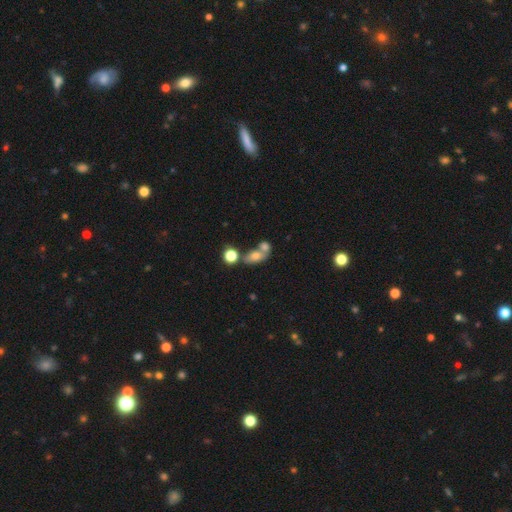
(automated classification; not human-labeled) Smooth or featured? Predicted: smooth (p=0.70). How rounded? Predicted: in between (p=0.69). Merging? Predicted: merger (p=0.51).